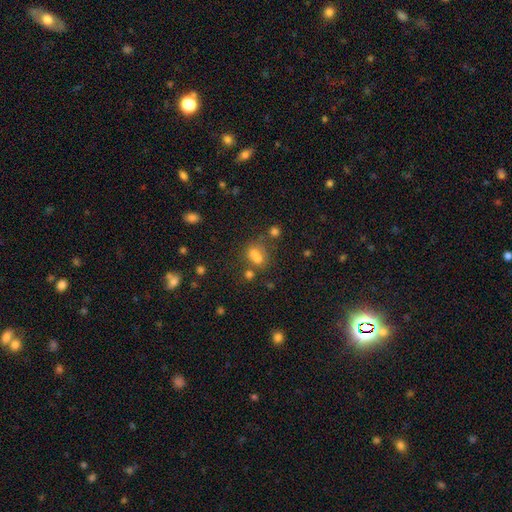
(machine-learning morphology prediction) A smooth galaxy with no disk features (64%) that is in between round and cigar-shaped (52%). Merging: merger (43%).